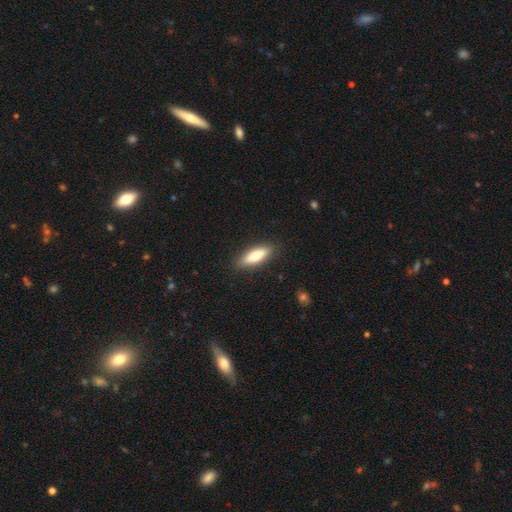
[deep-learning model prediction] Morphology: type=smooth (68%); roundness=in between (50%); merging=none (88%).